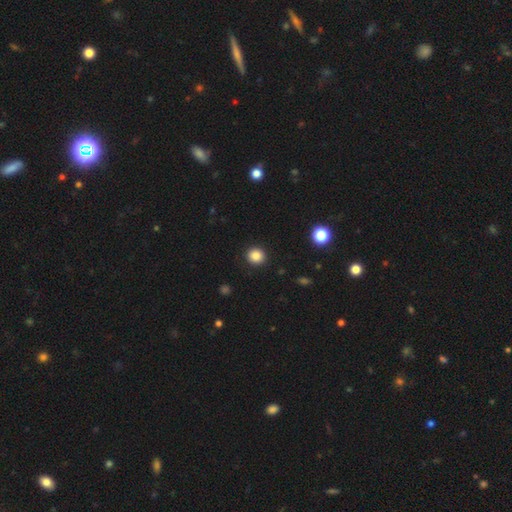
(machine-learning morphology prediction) Smooth or featured: smooth — 86% (star or artifact — 10%)
How rounded: round — 90% (in between — 9%)
Merging: none — 92% (minor disturbance — 5%)